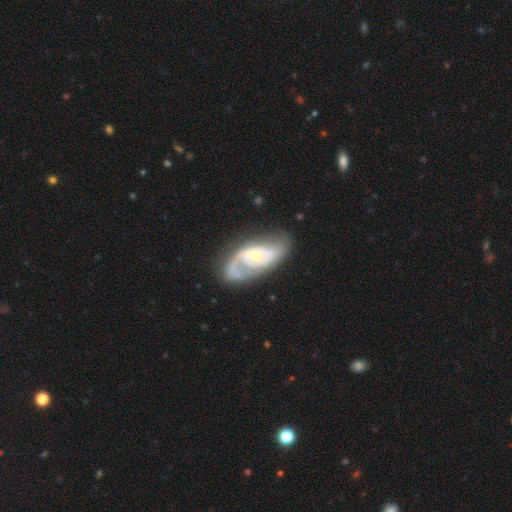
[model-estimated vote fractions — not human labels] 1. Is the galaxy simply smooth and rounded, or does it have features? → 80% featured or disk, 15% smooth, 5% star or artifact.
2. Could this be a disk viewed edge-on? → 94% no, 6% yes.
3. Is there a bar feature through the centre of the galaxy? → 71% no, 23% weak, 7% strong.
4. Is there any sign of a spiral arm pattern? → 84% yes, 16% no.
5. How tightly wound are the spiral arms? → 45% tight, 37% medium, 18% loose.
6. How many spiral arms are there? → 50% 2, 25% 1, 19% can't tell, 3% 3, 1% 4, 1% more than 4.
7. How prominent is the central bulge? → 54% small, 41% moderate, 3% large, 1% none, 1% dominant.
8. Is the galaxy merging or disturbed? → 57% none, 22% minor disturbance, 17% major disturbance, 3% merger.